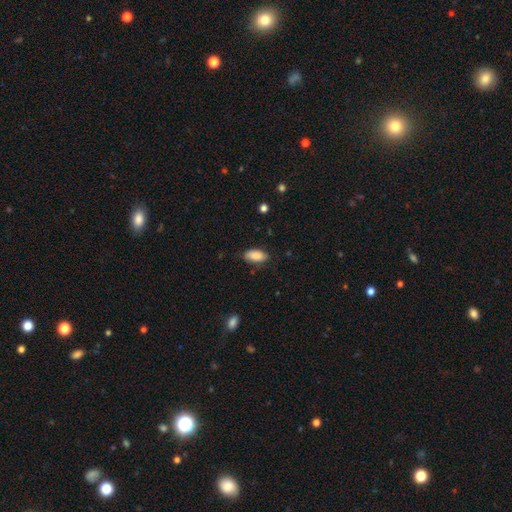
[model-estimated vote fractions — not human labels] Morphology: type=smooth (87%); roundness=in between (92%); merging=none (78%).